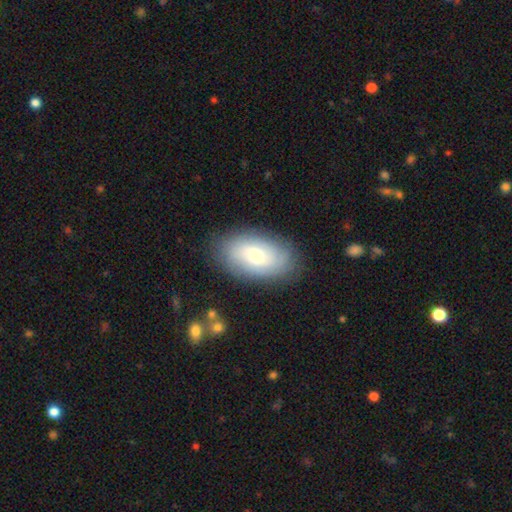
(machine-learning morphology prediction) This is possibly a featured or disk galaxy (49%). Merging: clearly none (82%).